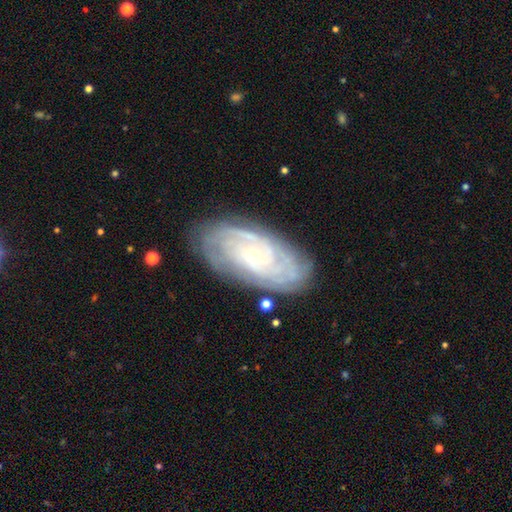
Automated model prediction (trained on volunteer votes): Smooth or featured? Predicted: featured or disk (p=0.85). Edge-on disk? Predicted: no (p=0.94). Bar? Predicted: no (p=0.76). Spiral arms? Predicted: yes (p=0.96). Spiral winding? Predicted: tight (p=0.79). Spiral arm count? Predicted: can't tell (p=0.33). Bulge size? Predicted: small (p=0.80). Merging? Predicted: none (p=0.80).